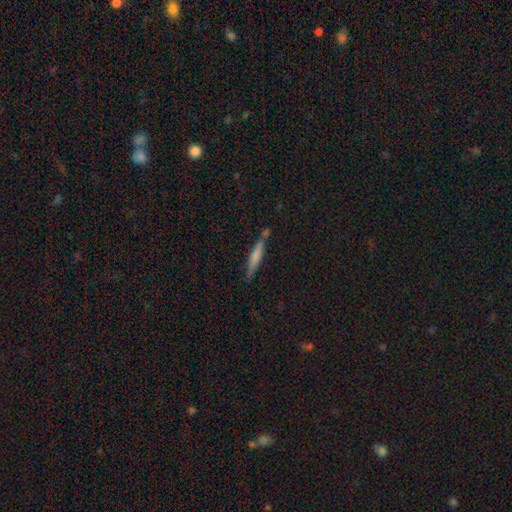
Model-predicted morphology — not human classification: A smooth galaxy with no disk features (65%) that is cigar-shaped (92%). Merging: none (74%).